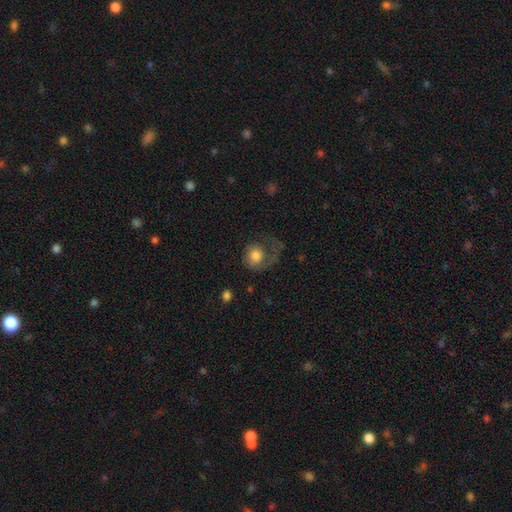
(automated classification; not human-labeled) Q: Smooth or featured?
A: smooth (58%); runner-up: featured or disk (35%)
Q: How rounded?
A: round (70%); runner-up: in between (30%)
Q: Merging?
A: major disturbance (48%); runner-up: none (32%)